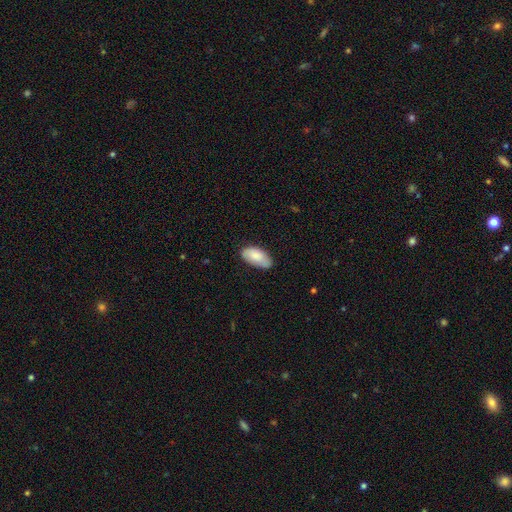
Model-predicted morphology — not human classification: Smooth or featured? smooth (80%)
How rounded? in between (94%)
Merging? none (69%)